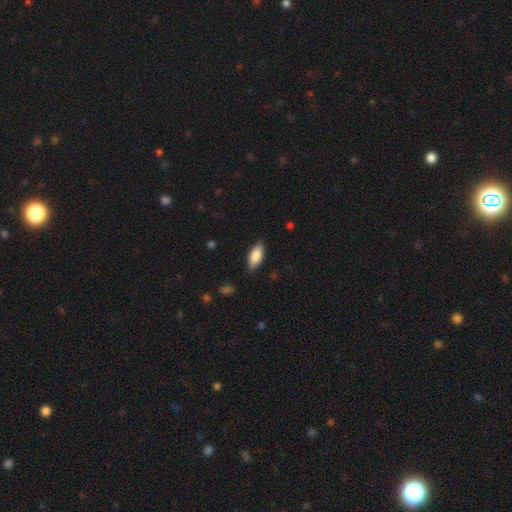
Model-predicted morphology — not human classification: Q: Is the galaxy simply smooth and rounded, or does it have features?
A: smooth — 84%.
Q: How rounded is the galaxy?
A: in between — 83%.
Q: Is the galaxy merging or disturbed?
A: none — 82%.